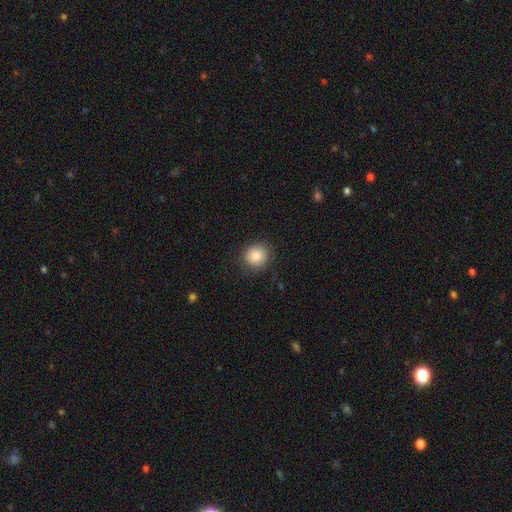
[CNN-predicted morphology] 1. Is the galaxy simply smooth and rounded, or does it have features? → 85% smooth, 9% star or artifact, 6% featured or disk.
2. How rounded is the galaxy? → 86% round, 13% in between, 1% cigar-shaped.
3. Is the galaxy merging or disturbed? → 85% none, 11% minor disturbance, 3% major disturbance, 1% merger.